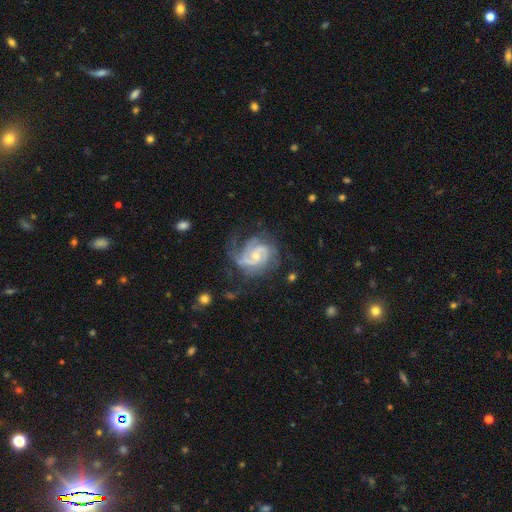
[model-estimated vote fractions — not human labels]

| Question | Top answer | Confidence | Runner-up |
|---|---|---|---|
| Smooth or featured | featured or disk | 87% | smooth (8%) |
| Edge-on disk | no | 98% | yes (2%) |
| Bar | no | 56% | weak (36%) |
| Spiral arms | yes | 96% | no (4%) |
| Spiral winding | medium | 43% | tight (41%) |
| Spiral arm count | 2 | 44% | 3 (22%) |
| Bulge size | small | 56% | moderate (40%) |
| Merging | none | 56% | minor disturbance (22%) |